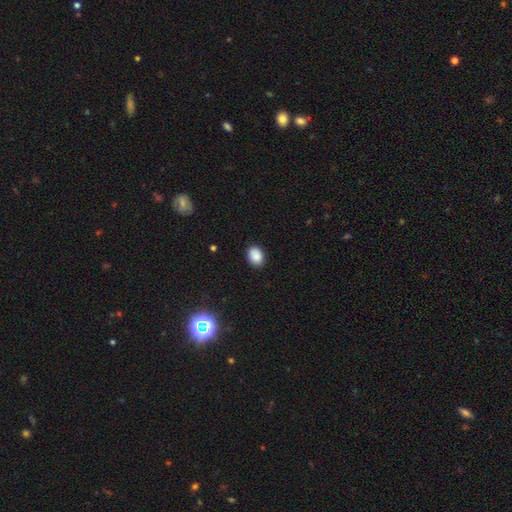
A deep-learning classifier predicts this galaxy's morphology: A smooth galaxy with no disk features (87%) that is in between round and cigar-shaped (65%).

Vote fractions:
- Smooth or featured? smooth: 87% / star or artifact: 9% / featured or disk: 4%
- How rounded? in between: 65% / round: 34% / cigar-shaped: 1%
- Merging? none: 86% / minor disturbance: 11% / major disturbance: 2% / merger: 1%